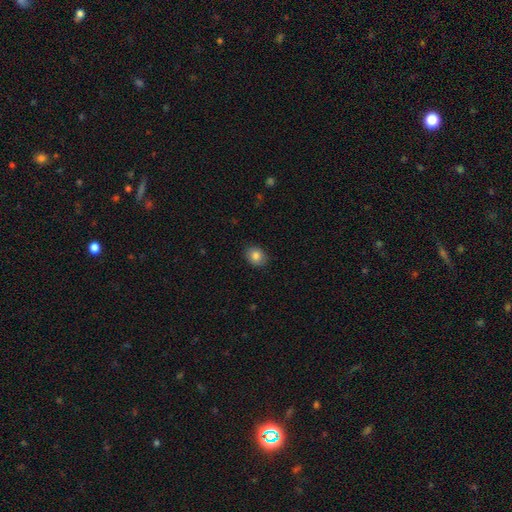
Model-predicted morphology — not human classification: Smooth or featured?
  - smooth: 84% *
  - star or artifact: 9%
  - featured or disk: 7%
How rounded?
  - in between: 53% *
  - round: 46%
  - cigar-shaped: 1%
Merging?
  - none: 87% *
  - minor disturbance: 10%
  - major disturbance: 2%
  - merger: 1%